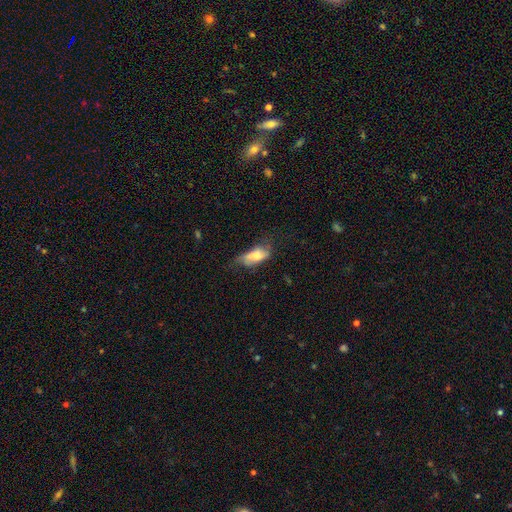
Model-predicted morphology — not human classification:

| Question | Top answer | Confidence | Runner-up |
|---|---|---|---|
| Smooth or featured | smooth | 63% | featured or disk (28%) |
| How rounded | in between | 80% | cigar-shaped (17%) |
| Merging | none | 36% | minor disturbance (33%) |